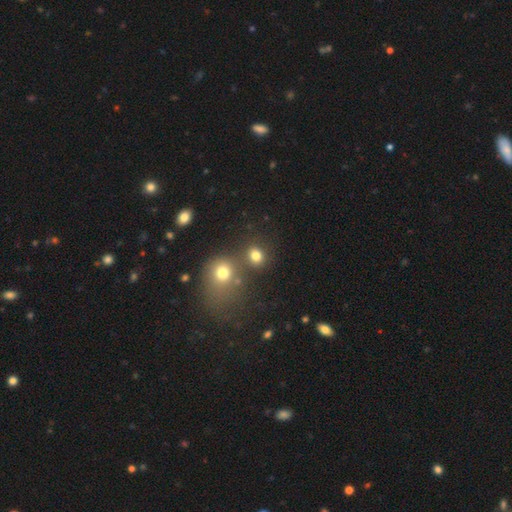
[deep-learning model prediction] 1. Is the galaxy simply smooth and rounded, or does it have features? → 78% smooth, 16% star or artifact, 7% featured or disk.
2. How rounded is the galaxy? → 75% round, 24% in between, 1% cigar-shaped.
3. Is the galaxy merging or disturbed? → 63% none, 24% merger, 9% minor disturbance, 4% major disturbance.